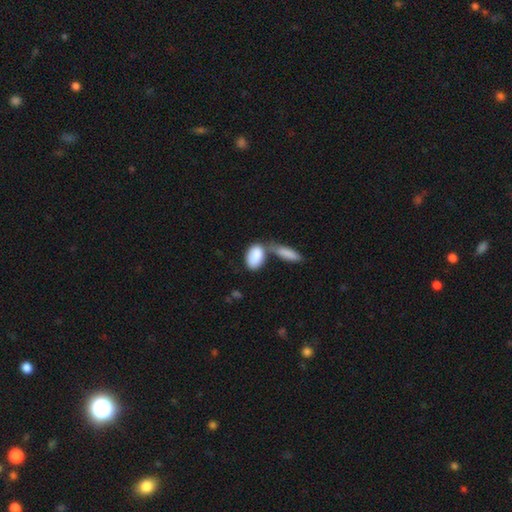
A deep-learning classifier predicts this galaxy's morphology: A smooth galaxy with no disk features (86%) that is in between round and cigar-shaped (91%).

Vote fractions:
- Smooth or featured? smooth: 86% / featured or disk: 9% / star or artifact: 6%
- How rounded? in between: 91% / round: 5% / cigar-shaped: 4%
- Merging? merger: 50% / none: 32% / minor disturbance: 11% / major disturbance: 6%